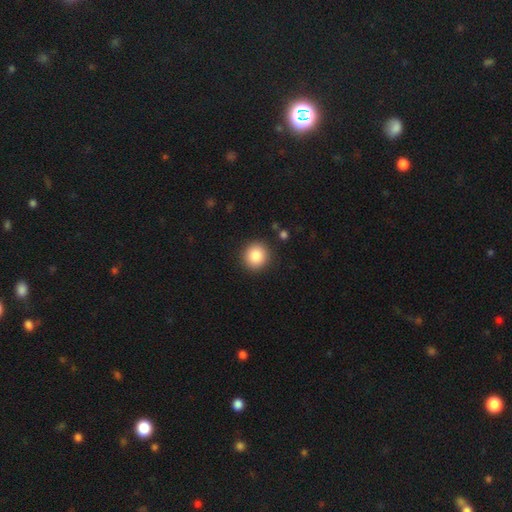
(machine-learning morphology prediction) Smooth or featured? Predicted: smooth (p=0.85). How rounded? Predicted: round (p=0.93). Merging? Predicted: none (p=0.90).